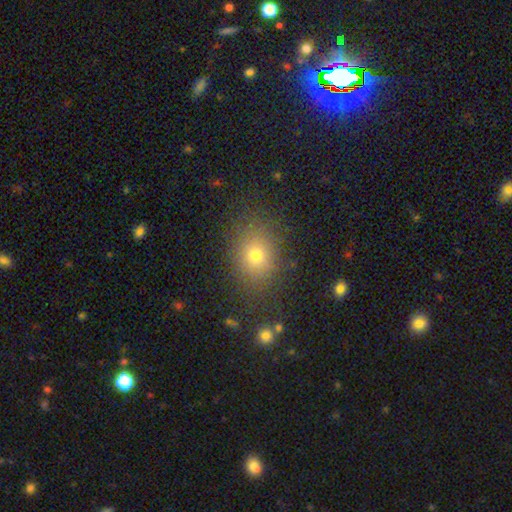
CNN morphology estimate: smooth_or_featured: smooth (p=0.74) [alt: star or artifact p=0.16]
how_rounded: round (p=0.51) [alt: in between p=0.47]
merging: none (p=0.81) [alt: minor disturbance p=0.12]